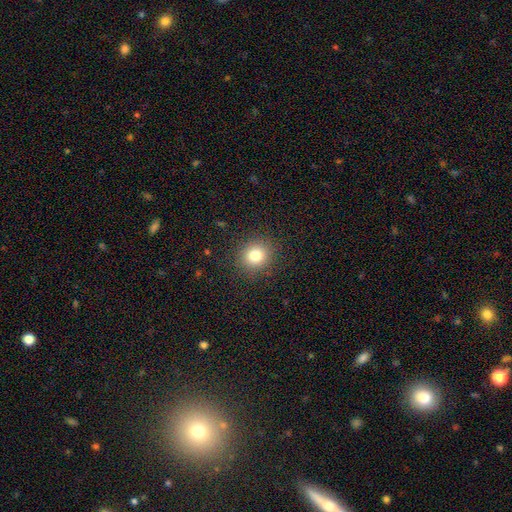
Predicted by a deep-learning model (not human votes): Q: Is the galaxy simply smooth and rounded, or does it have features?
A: smooth — 80%.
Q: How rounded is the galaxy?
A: round — 85%.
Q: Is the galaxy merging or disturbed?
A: none — 91%.